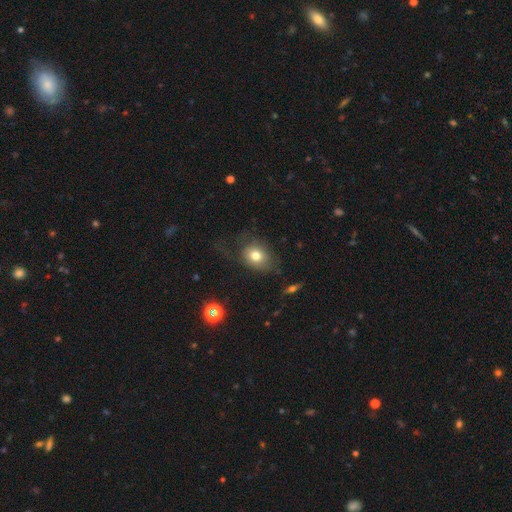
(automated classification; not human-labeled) A smooth galaxy with no disk features (75%) that is round (50%). Merging: none (52%).